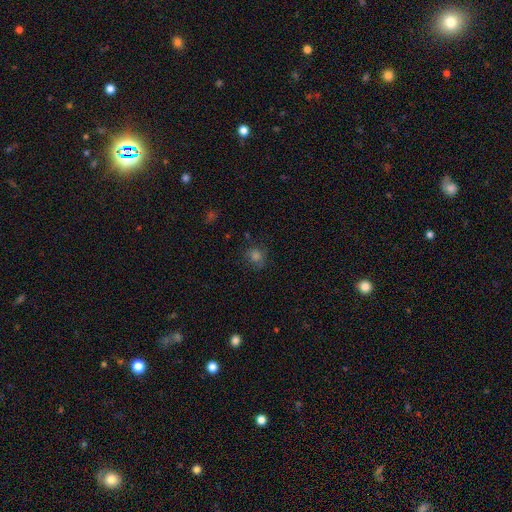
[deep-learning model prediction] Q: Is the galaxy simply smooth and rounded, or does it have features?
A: smooth — 66%.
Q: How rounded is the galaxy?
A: round — 80%.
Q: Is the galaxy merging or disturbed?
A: none — 77%.